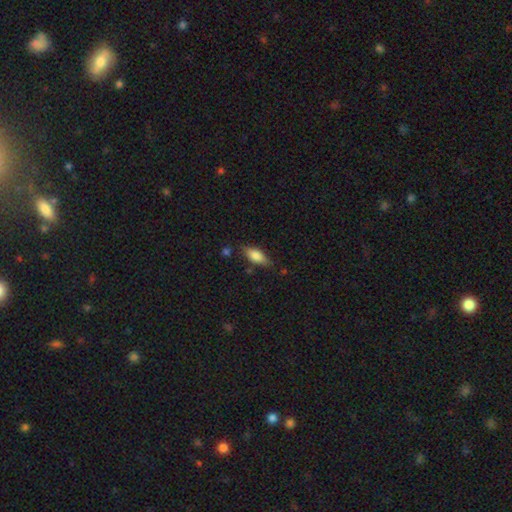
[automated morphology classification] Smooth or featured?
  - smooth: 69% *
  - featured or disk: 24%
  - star or artifact: 7%
How rounded?
  - in between: 76% *
  - cigar-shaped: 21%
  - round: 3%
Merging?
  - none: 76% *
  - minor disturbance: 18%
  - major disturbance: 4%
  - merger: 3%